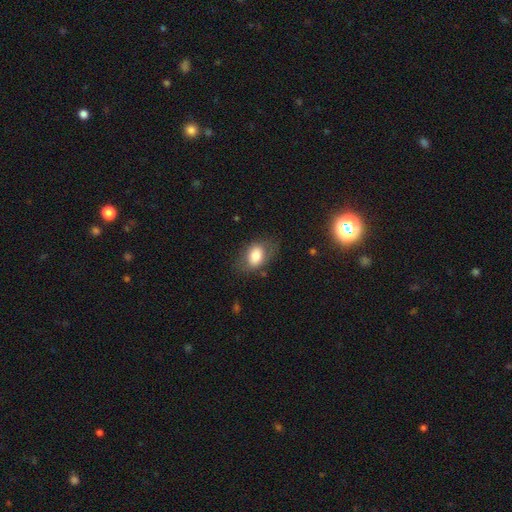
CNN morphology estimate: smooth_or_featured: smooth (p=0.76) [alt: featured or disk p=0.16]
how_rounded: in between (p=0.83) [alt: round p=0.16]
merging: none (p=0.64) [alt: minor disturbance p=0.23]